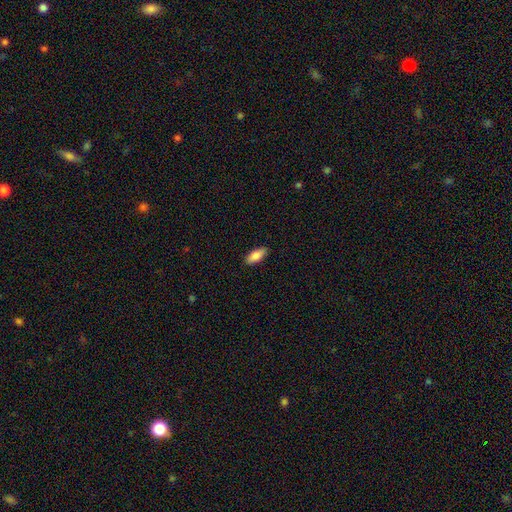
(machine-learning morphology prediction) smooth-or-featured: smooth: 84% | featured or disk: 10% | star or artifact: 6%
  how-rounded: in between: 77% | cigar-shaped: 21% | round: 2%
  merging: none: 88% | minor disturbance: 9% | major disturbance: 2% | merger: 1%